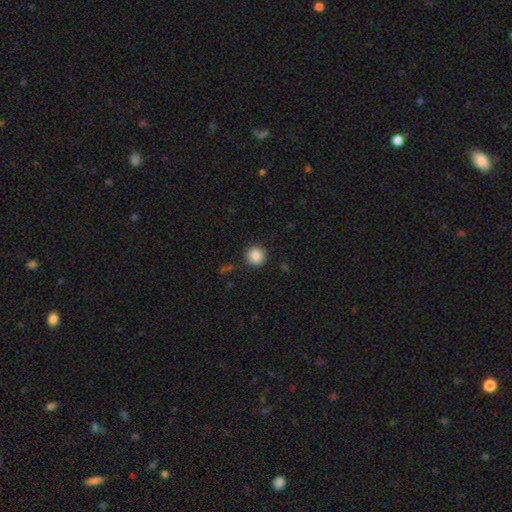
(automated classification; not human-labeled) Smooth or featured: smooth — 88% (star or artifact — 9%)
How rounded: round — 94% (in between — 5%)
Merging: none — 90% (minor disturbance — 7%)